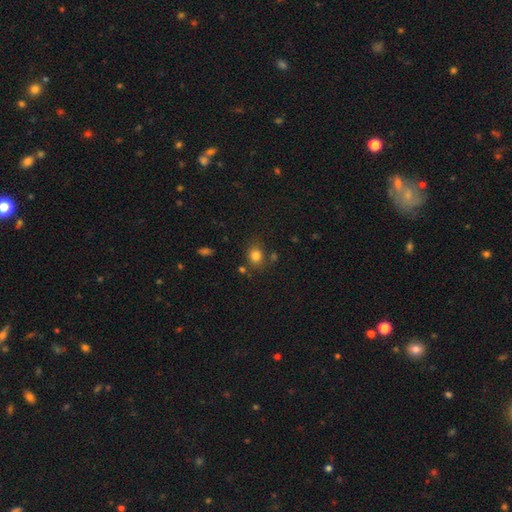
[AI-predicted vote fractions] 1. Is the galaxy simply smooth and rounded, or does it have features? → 81% smooth, 12% star or artifact, 7% featured or disk.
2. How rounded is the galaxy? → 64% round, 35% in between, 1% cigar-shaped.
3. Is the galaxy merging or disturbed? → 73% none, 14% minor disturbance, 8% merger, 5% major disturbance.